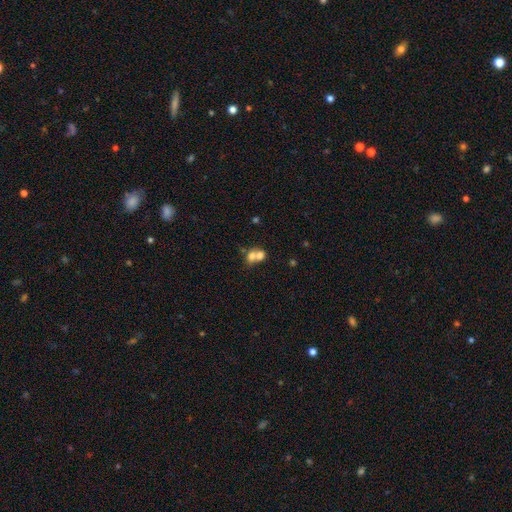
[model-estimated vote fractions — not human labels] smooth 68%, featured or disk 21%, star or artifact 11%. Down the decision tree: how rounded — round (62%); merging — merger (69%).